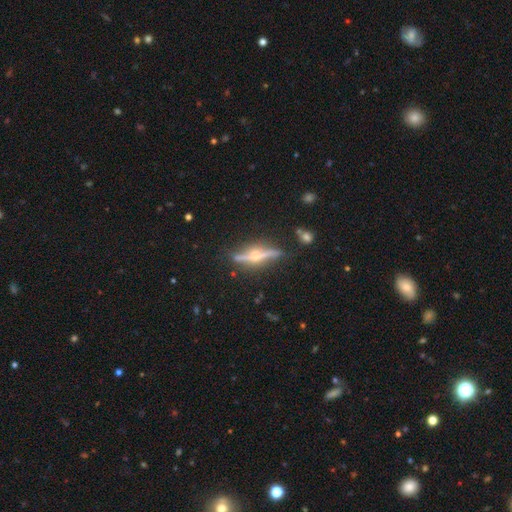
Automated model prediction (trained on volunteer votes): A featured or disk galaxy (82%) viewed edge-on (96%) with a rounded central bulge (93%).

Vote fractions:
- Smooth or featured? featured or disk: 82% / smooth: 11% / star or artifact: 7%
- Edge-on disk? yes: 96% / no: 4%
- Edge-on bulge? rounded: 93% / boxy: 4% / none: 3%
- Merging? none: 83% / minor disturbance: 11% / major disturbance: 3% / merger: 3%